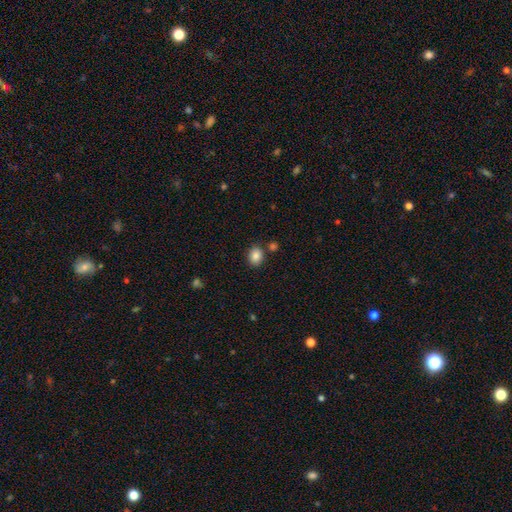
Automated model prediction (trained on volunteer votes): Q: Smooth or featured?
A: smooth (86%); runner-up: star or artifact (9%)
Q: How rounded?
A: in between (50%); runner-up: round (49%)
Q: Merging?
A: none (80%); runner-up: minor disturbance (10%)